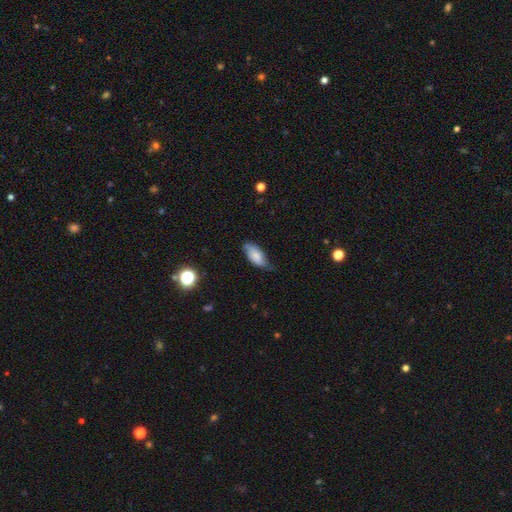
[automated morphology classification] smooth 70%, featured or disk 22%, star or artifact 8%. Down the decision tree: how rounded — in between (89%); merging — none (58%).